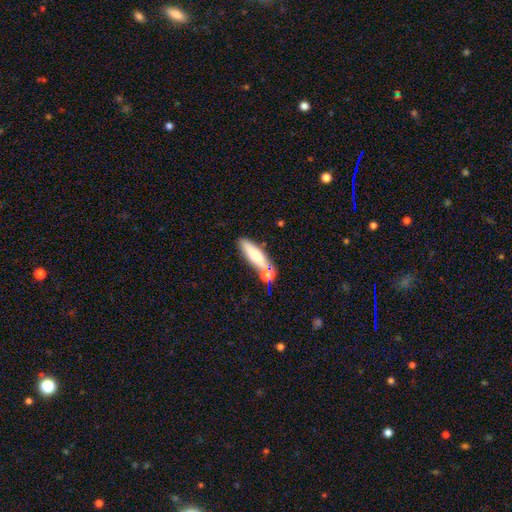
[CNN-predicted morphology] Overall: smooth (69%). How rounded: cigar-shaped (55%; in between 42%). Merging: none (61%).